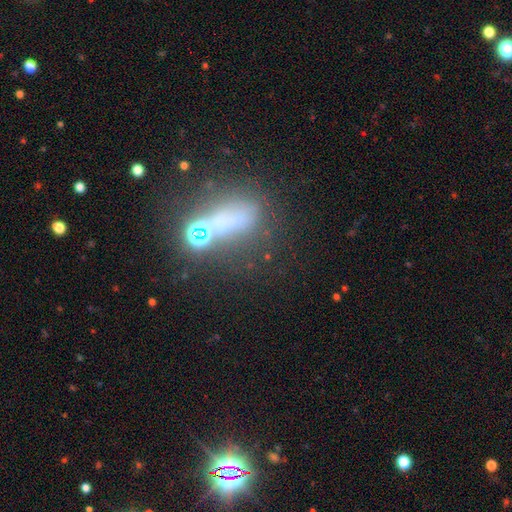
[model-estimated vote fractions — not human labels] Smooth or featured? smooth (46%)
Merging? none (39%)